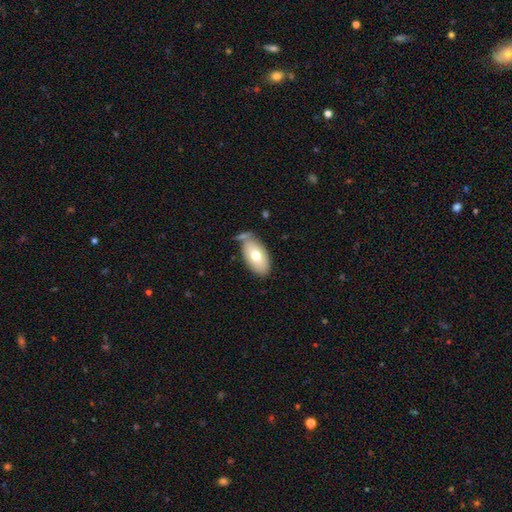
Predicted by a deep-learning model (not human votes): A smooth galaxy with no disk features (71%) that is in between round and cigar-shaped (94%). Merging: none (63%).